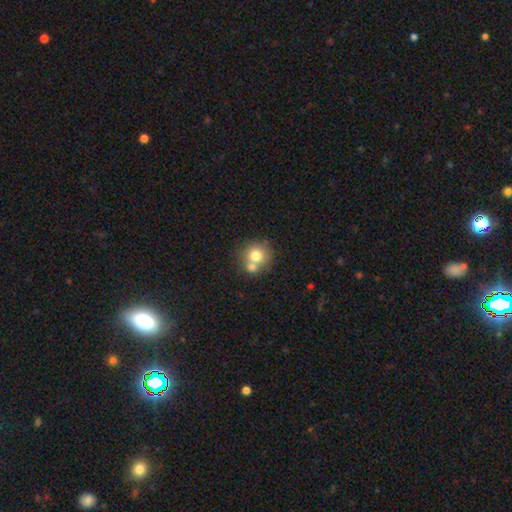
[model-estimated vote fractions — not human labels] Overall: smooth (72%). How rounded: round (85%). Merging: none (45%; merger 44%).